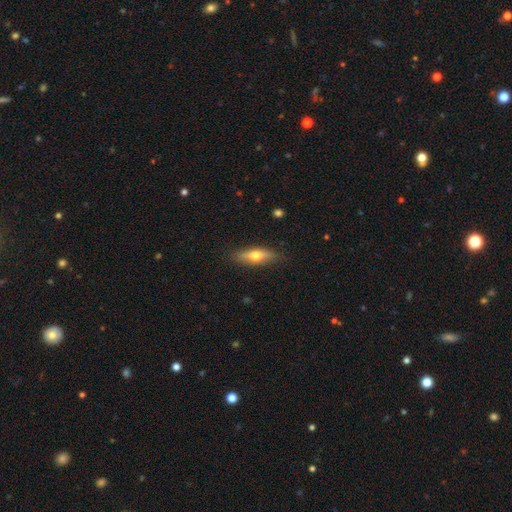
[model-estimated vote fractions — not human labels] The model was most divided on "smooth or featured": smooth: 51%, featured or disk: 43%, star or artifact: 6%. More confident: merging — none (86%); how rounded — cigar-shaped (53%).